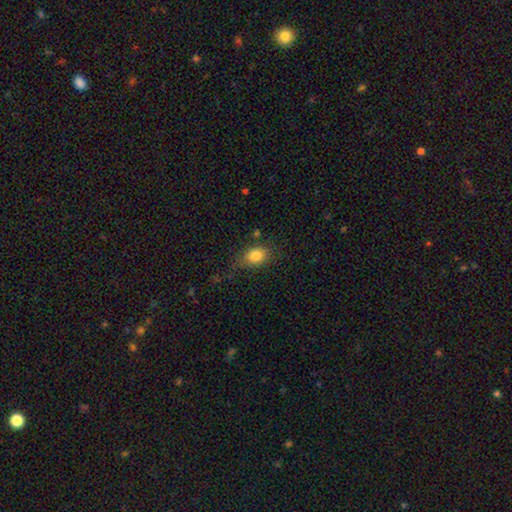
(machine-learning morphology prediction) Smooth or featured? Predicted: smooth (p=0.82). How rounded? Predicted: in between (p=0.63). Merging? Predicted: none (p=0.71).